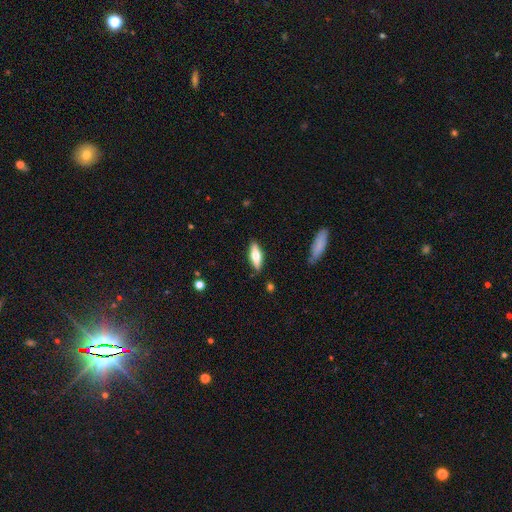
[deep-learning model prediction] This appears to be a smooth galaxy with no disk features (59%) that is in between round and cigar-shaped (56%). Merging: none (85%).